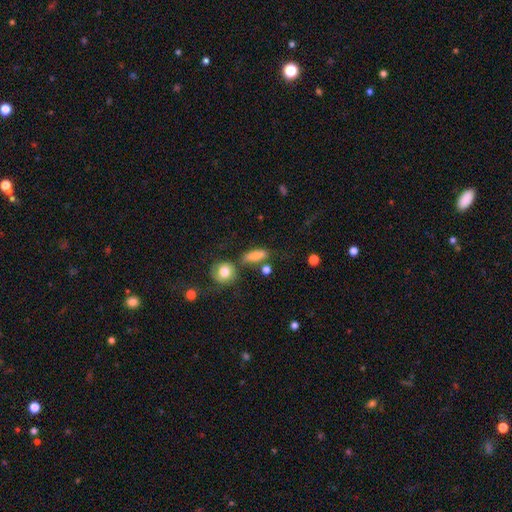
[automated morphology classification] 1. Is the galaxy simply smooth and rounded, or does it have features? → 81% smooth, 11% featured or disk, 8% star or artifact.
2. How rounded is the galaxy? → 47% in between, 44% cigar-shaped, 9% round.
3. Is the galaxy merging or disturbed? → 65% none, 18% minor disturbance, 10% merger, 7% major disturbance.